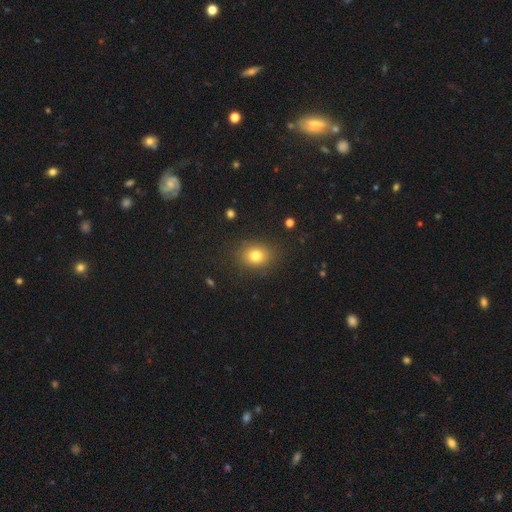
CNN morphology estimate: A smooth galaxy with no disk features (79%) that is round (55%).

Vote fractions:
- Smooth or featured? smooth: 79% / star or artifact: 13% / featured or disk: 9%
- How rounded? round: 55% / in between: 44% / cigar-shaped: 1%
- Merging? none: 85% / minor disturbance: 10% / major disturbance: 3% / merger: 1%